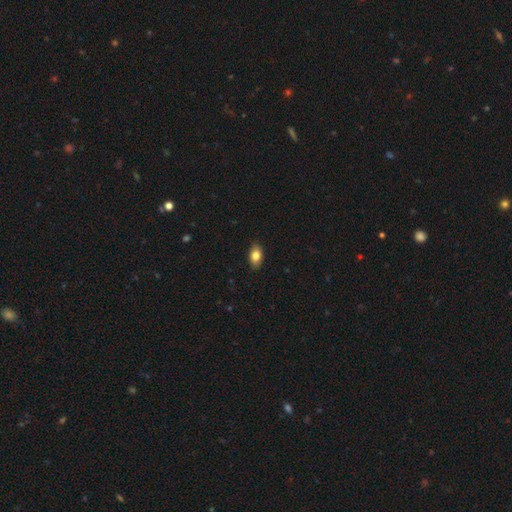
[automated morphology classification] The model was most divided on "smooth or featured": smooth: 82%, featured or disk: 10%, star or artifact: 8%. More confident: how rounded — in between (89%); merging — none (88%).